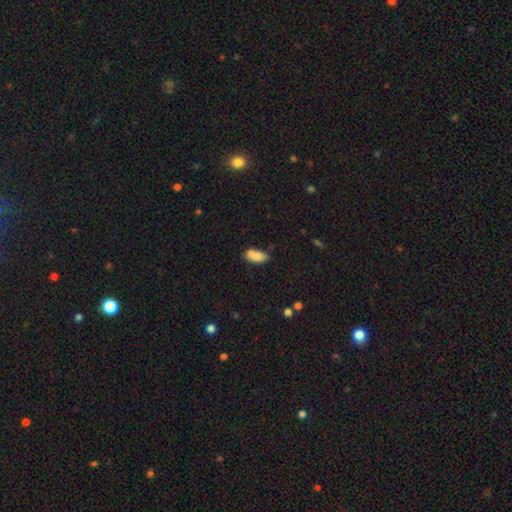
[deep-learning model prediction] Morphology: type=smooth (83%); roundness=in between (88%); merging=none (62%).